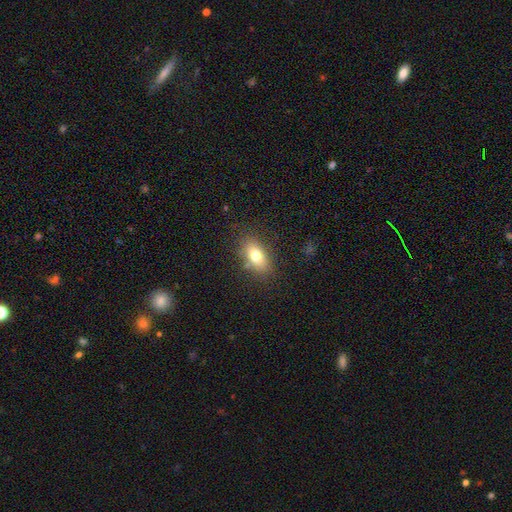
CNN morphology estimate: Smooth or featured?
  - smooth: 76% *
  - featured or disk: 15%
  - star or artifact: 9%
How rounded?
  - in between: 86% *
  - round: 9%
  - cigar-shaped: 5%
Merging?
  - none: 81% *
  - minor disturbance: 12%
  - major disturbance: 4%
  - merger: 2%